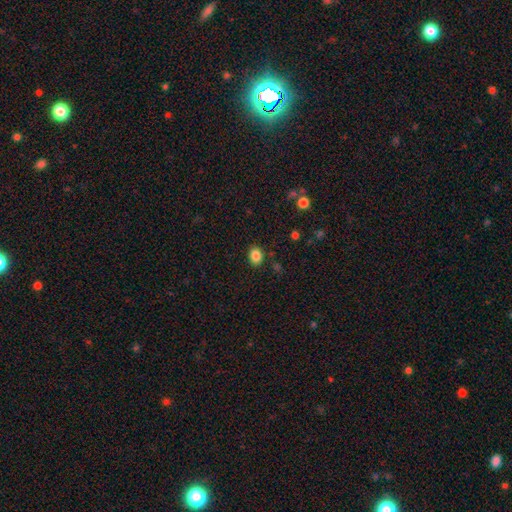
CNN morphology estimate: type=smooth (86%); roundness=in between (64%); merging=none (87%).